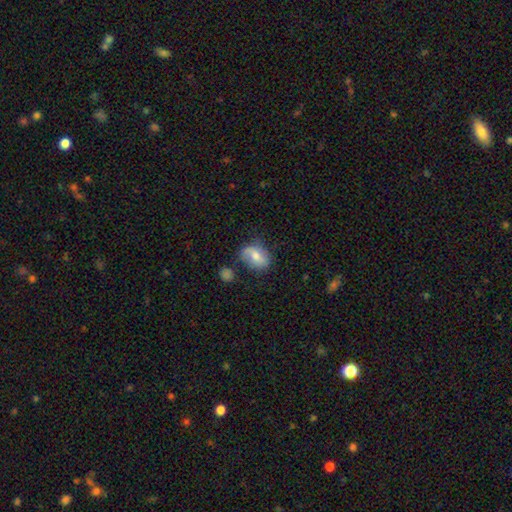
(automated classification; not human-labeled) Smooth or featured? smooth (64%)
How rounded? in between (79%)
Merging? none (58%)